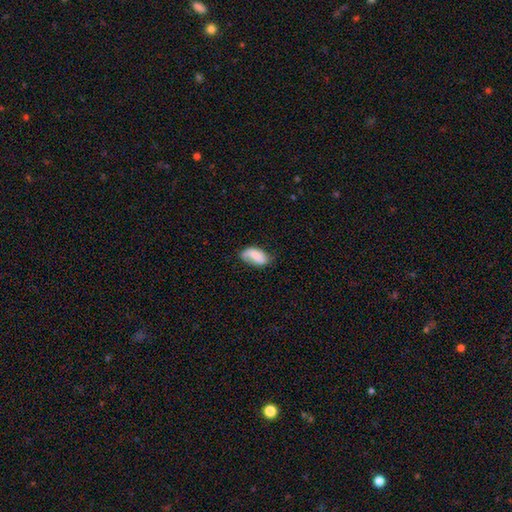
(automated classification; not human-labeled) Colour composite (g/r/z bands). It shows a smooth galaxy with no disk features (71%) that is in between round and cigar-shaped (93%). Merging: none (55%).